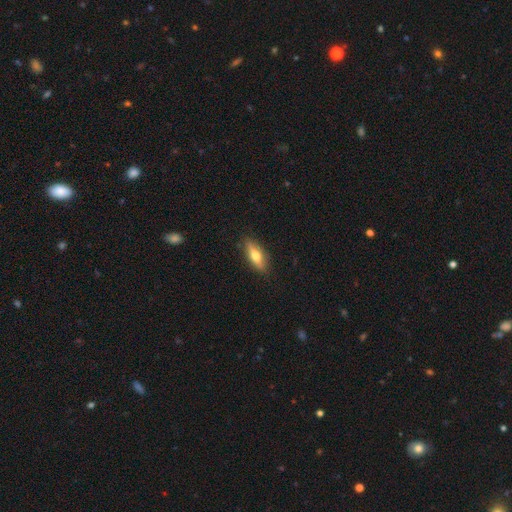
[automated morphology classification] The model was most divided on "how rounded": in between: 53%, cigar-shaped: 44%, round: 3%. More confident: merging — none (87%); smooth or featured — smooth (54%).